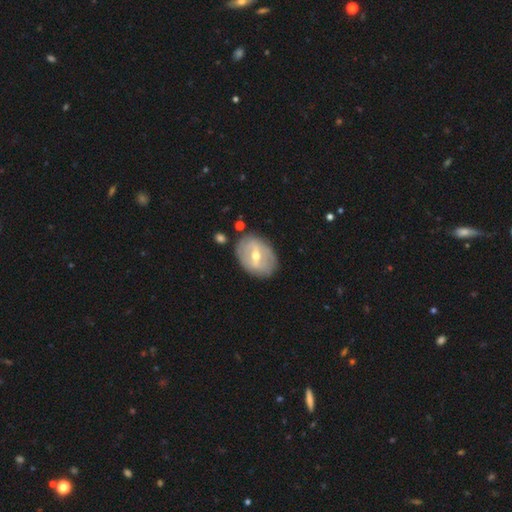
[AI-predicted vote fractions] This appears to be a featured or disk galaxy (67%) with a weak bar (46%), no spiral arms (52%) and a moderate central bulge (71%). Merging: none (79%).